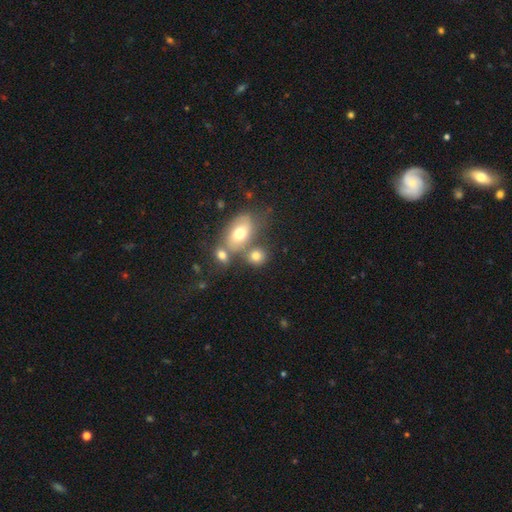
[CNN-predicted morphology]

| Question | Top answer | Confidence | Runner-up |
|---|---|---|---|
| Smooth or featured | smooth | 74% | featured or disk (14%) |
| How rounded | round | 52% | in between (46%) |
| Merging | none | 50% | merger (33%) |